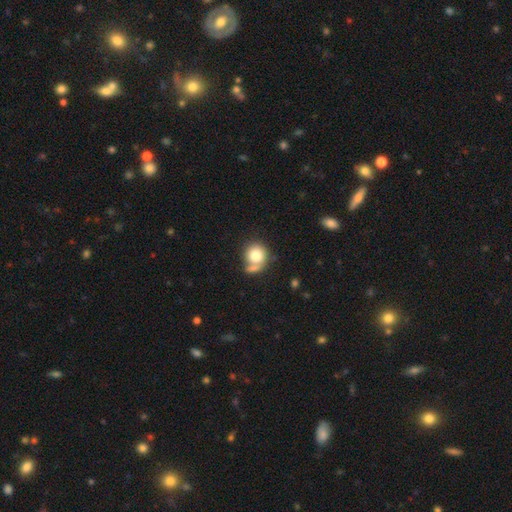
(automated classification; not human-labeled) smooth_or_featured: smooth (p=0.79) [alt: featured or disk p=0.13]
how_rounded: round (p=0.85) [alt: in between p=0.14]
merging: none (p=0.46) [alt: merger p=0.30]